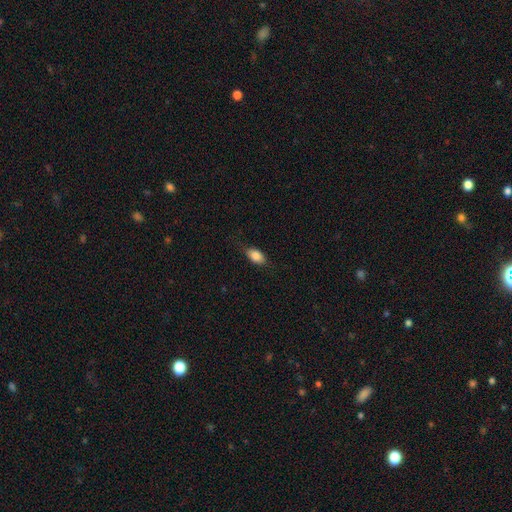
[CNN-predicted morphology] Overall: smooth (81%). How rounded: in between (87%). Merging: none (75%).